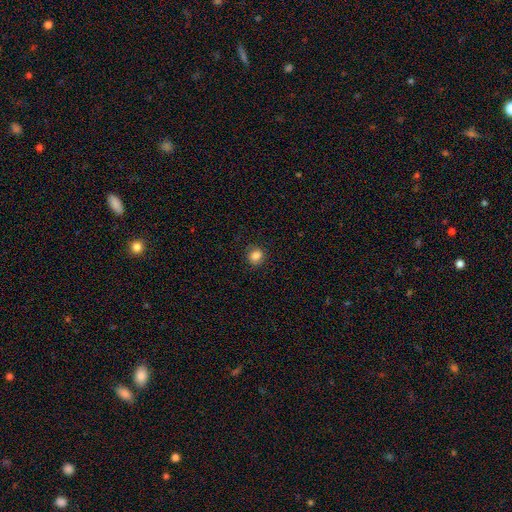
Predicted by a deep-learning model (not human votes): The model was most divided on "how rounded": round: 75%, in between: 24%, cigar-shaped: 1%. More confident: merging — none (86%); smooth or featured — smooth (85%).